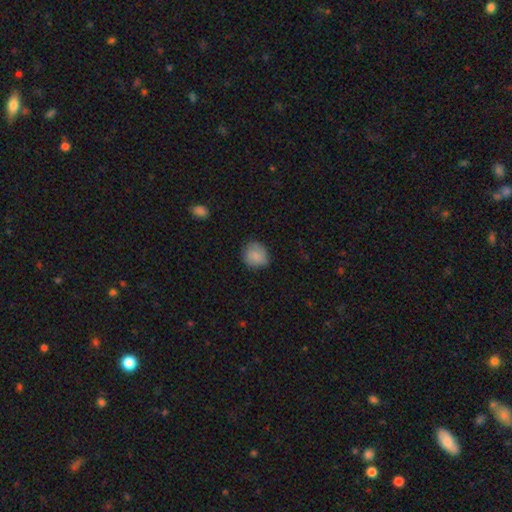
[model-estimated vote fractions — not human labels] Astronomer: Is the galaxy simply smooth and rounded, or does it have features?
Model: smooth — 80%.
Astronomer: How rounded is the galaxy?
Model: round — 77%.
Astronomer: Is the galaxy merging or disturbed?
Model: none — 75%.